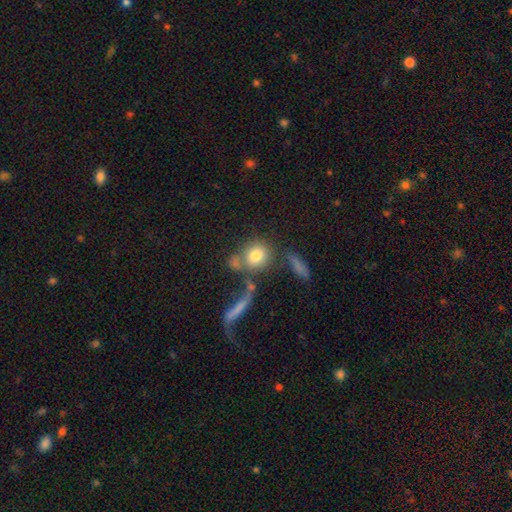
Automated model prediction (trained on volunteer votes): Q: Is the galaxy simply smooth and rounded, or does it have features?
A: smooth — 77%.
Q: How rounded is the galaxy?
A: round — 78%.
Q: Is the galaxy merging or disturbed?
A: none — 55%.